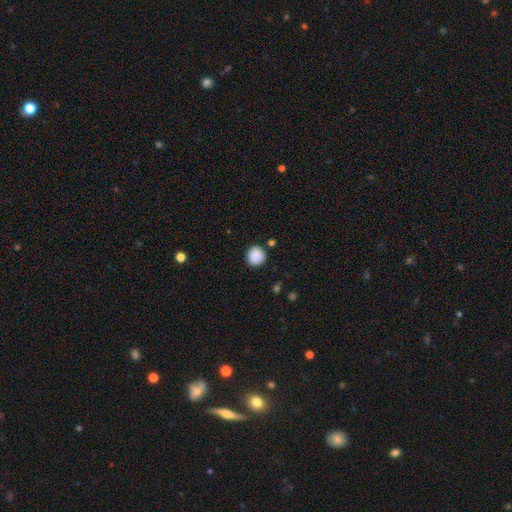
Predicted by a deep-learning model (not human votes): This appears to be a smooth galaxy with no disk features (89%) that is round (91%). Merging: none (86%).